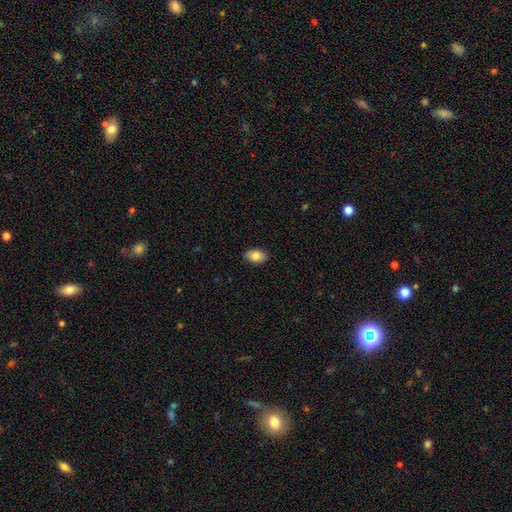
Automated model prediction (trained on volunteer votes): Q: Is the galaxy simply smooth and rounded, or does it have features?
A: smooth — 82%.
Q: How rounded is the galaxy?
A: in between — 92%.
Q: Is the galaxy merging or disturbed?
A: none — 88%.